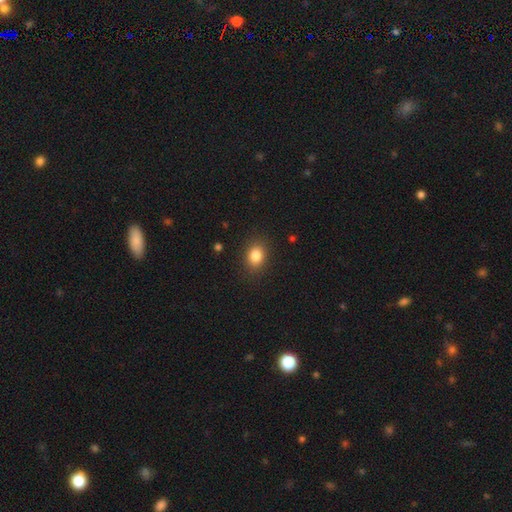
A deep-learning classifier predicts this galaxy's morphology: A smooth galaxy with no disk features (84%) that is in between round and cigar-shaped (59%). Merging: none (86%).